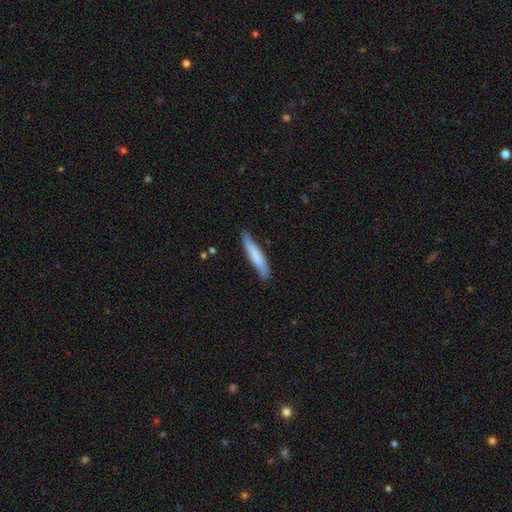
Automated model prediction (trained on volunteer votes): Morphology: type=smooth (71%); roundness=cigar-shaped (92%); merging=none (80%).